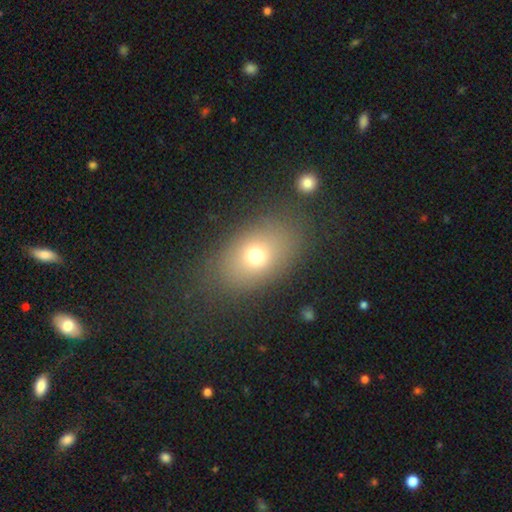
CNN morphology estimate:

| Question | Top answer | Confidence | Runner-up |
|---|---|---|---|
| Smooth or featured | smooth | 70% | featured or disk (16%) |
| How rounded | in between | 79% | round (20%) |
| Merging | none | 76% | minor disturbance (13%) |